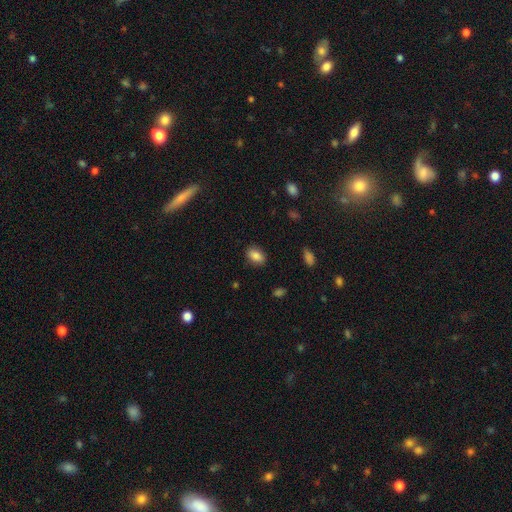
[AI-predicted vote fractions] Smooth or featured? Predicted: smooth (p=0.85). How rounded? Predicted: in between (p=0.86). Merging? Predicted: none (p=0.86).